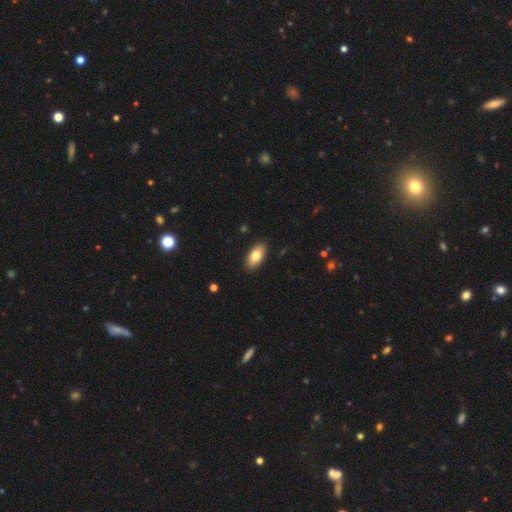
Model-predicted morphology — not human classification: Smooth or featured? smooth (79%)
How rounded? in between (92%)
Merging? none (90%)